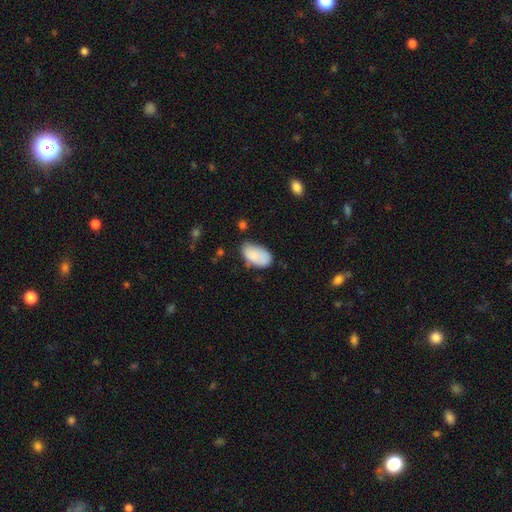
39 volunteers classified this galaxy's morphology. smooth_or_featured: smooth (p=0.79) [alt: featured or disk p=0.10]
how_rounded: in between (p=0.94) [alt: round p=0.06]
merging: none (p=0.49) [alt: minor disturbance p=0.23]